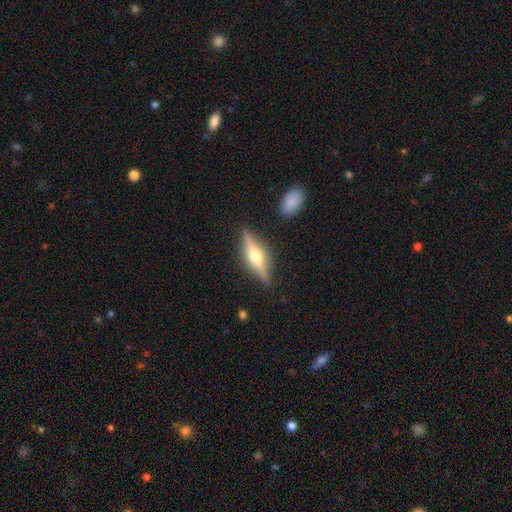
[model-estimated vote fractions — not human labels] The model was most divided on "smooth or featured": featured or disk: 71%, smooth: 23%, star or artifact: 6%. More confident: edge-on disk — yes (95%); edge-on bulge — rounded (94%); merging — none (86%).